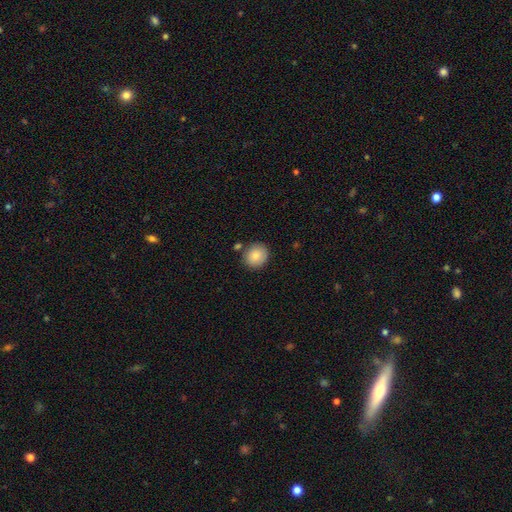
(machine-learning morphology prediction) Smooth or featured? smooth (84%)
How rounded? round (83%)
Merging? none (82%)